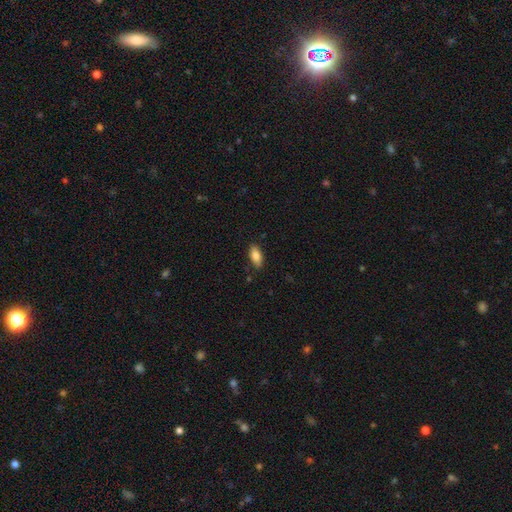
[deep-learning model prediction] Morphology: type=smooth (82%); roundness=in between (88%); merging=none (85%).